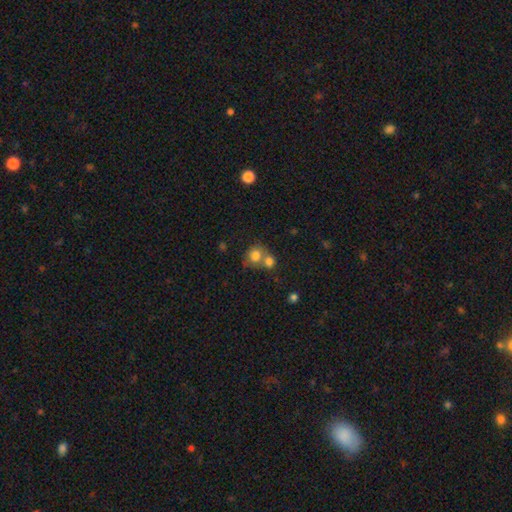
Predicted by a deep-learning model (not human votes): Smooth or featured? smooth (78%)
How rounded? round (75%)
Merging? merger (51%)